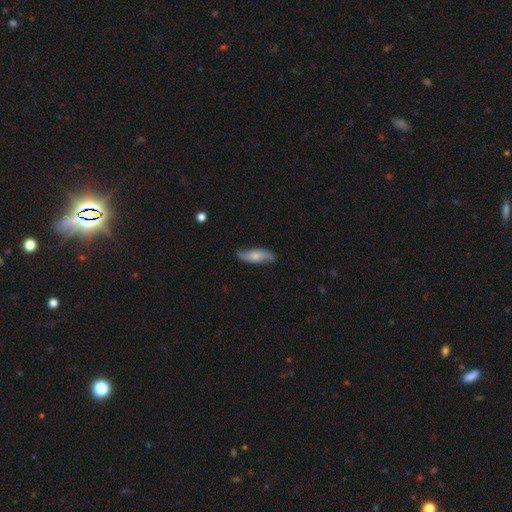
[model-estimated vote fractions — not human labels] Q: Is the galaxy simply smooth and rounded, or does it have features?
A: featured or disk — 58%.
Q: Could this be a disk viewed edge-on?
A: no — 81%.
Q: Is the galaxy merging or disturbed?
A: none — 77%.